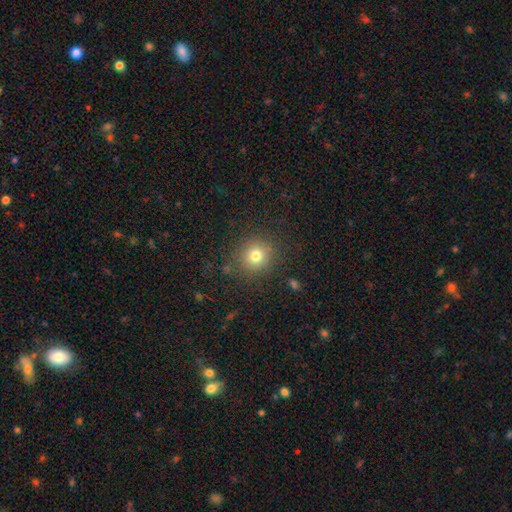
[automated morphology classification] smooth-or-featured: smooth: 76% | star or artifact: 15% | featured or disk: 8%
  how-rounded: round: 91% | in between: 8% | cigar-shaped: 1%
  merging: none: 86% | minor disturbance: 8% | major disturbance: 4% | merger: 2%